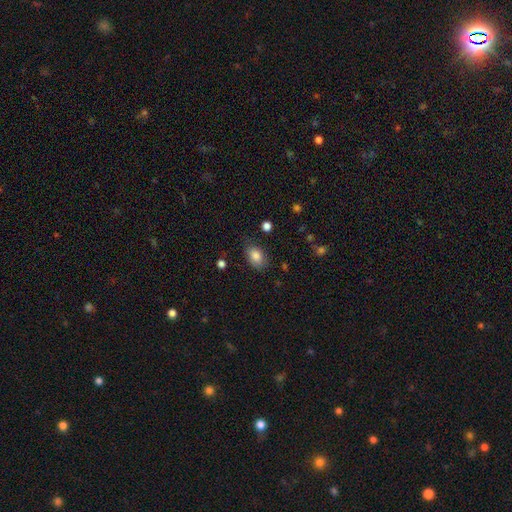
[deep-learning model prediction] The model was most divided on "merging": none: 73%, minor disturbance: 21%, major disturbance: 5%, merger: 1%. More confident: how rounded — in between (84%); smooth or featured — smooth (84%).